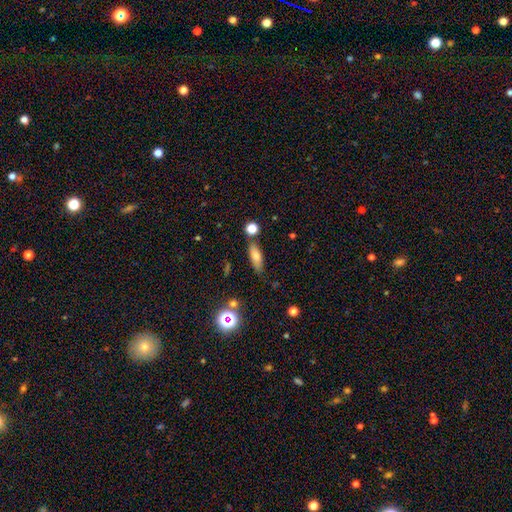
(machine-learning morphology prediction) type=smooth (70%); roundness=in between (60%); merging=none (74%).